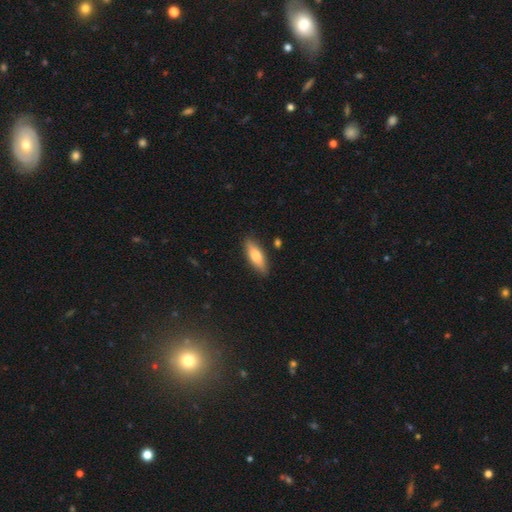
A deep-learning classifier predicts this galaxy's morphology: type=smooth (71%); roundness=in between (58%); merging=none (86%).